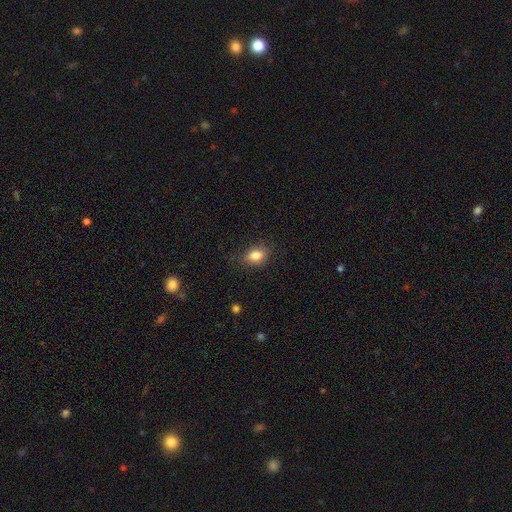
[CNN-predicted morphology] This is clearly a smooth galaxy (83%). How rounded: likely in between (77%). Merging: clearly none (83%).